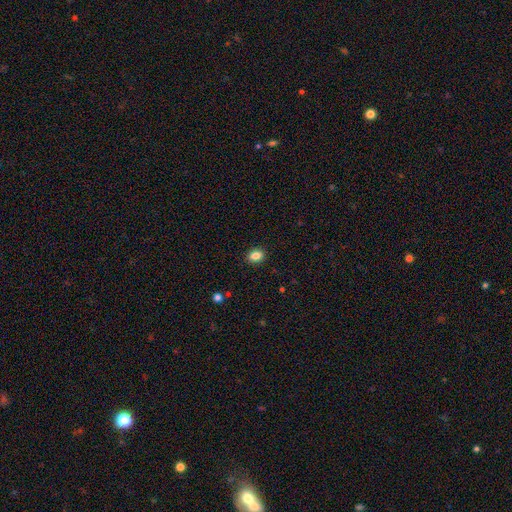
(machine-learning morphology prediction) This is clearly a smooth galaxy (85%). How rounded: likely in between (67%). Merging: clearly none (90%).